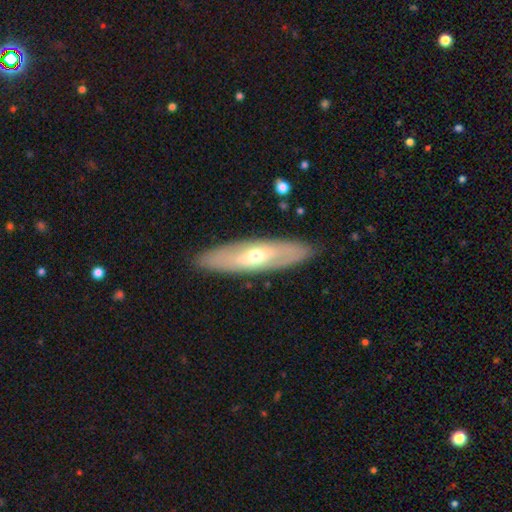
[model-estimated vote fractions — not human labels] A featured or disk galaxy (57%).

Vote fractions:
- Smooth or featured? featured or disk: 57% / smooth: 38% / star or artifact: 5%
- Edge-on disk? no: 63% / yes: 37%
- Merging? none: 87% / minor disturbance: 9% / major disturbance: 3% / merger: 1%